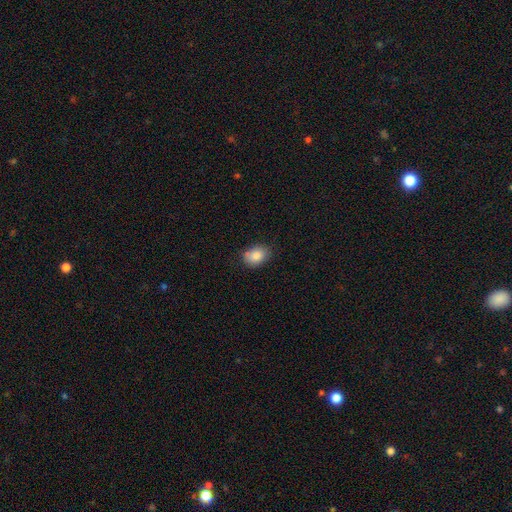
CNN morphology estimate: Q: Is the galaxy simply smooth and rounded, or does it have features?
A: smooth — 86%.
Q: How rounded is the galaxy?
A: in between — 72%.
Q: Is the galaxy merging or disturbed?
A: none — 77%.